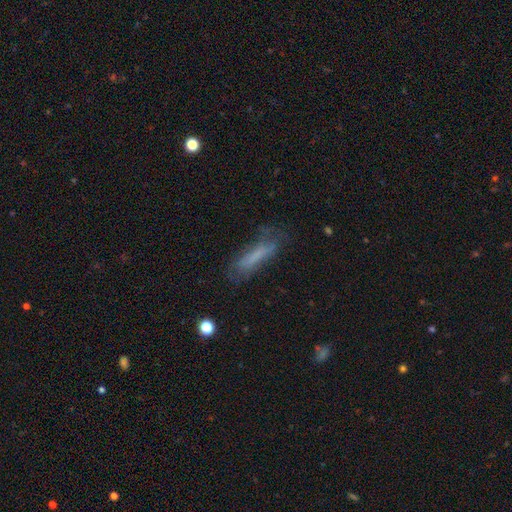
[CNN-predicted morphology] This is likely a smooth galaxy (61%). How rounded: likely cigar-shaped (74%). Merging: likely none (62%).